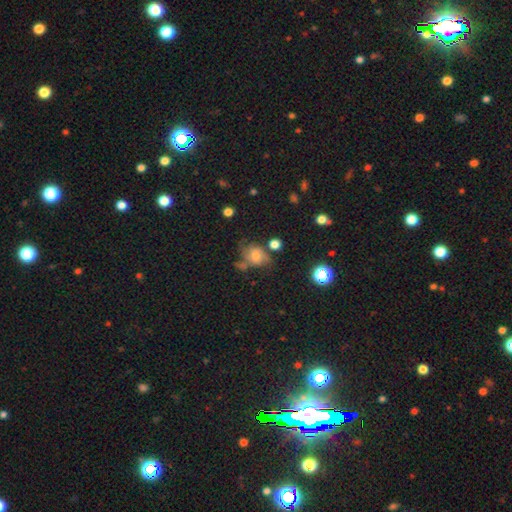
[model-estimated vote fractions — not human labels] This appears to be a smooth galaxy with no disk features (55%) that is in between round and cigar-shaped (54%). Merging: none (45%).